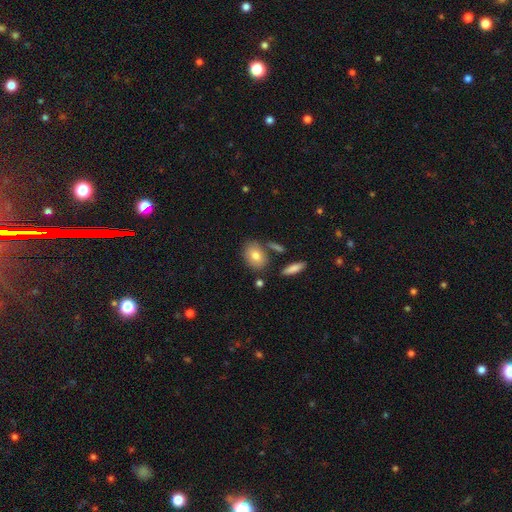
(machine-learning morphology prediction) This appears to be a smooth galaxy with no disk features (77%) that is in between round and cigar-shaped (75%). Merging: none (75%).